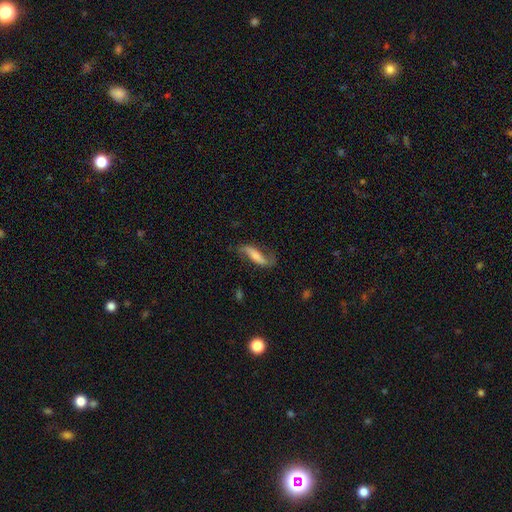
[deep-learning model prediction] This appears to be a featured or disk galaxy (62%) with no bar (37%), spiral arms (90%) and a small central bulge (40%). Merging: none (65%).